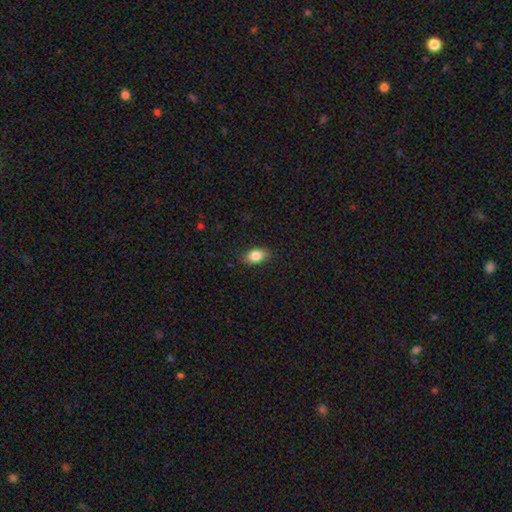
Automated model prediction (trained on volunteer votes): smooth 84%, star or artifact 8%, featured or disk 8%. Down the decision tree: how rounded — in between (84%); merging — none (84%).